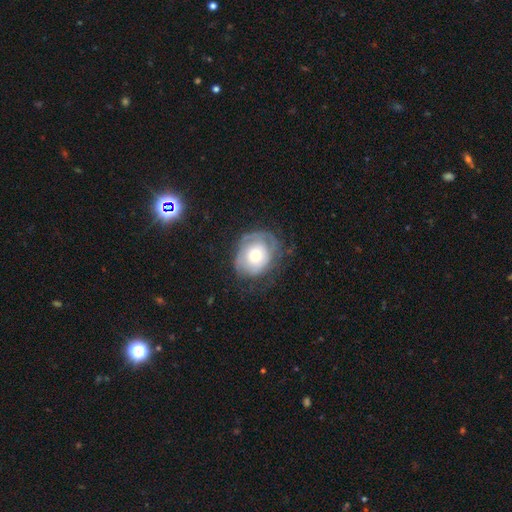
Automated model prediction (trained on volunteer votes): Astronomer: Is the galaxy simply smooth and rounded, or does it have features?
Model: featured or disk — 54% (runner-up: smooth, 39%).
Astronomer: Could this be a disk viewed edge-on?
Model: no — 96%.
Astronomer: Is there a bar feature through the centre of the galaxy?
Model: no — 86%.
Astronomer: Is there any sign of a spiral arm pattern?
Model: yes — 59% (runner-up: no, 41%).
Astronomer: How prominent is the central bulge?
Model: moderate — 57%.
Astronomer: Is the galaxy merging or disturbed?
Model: none — 54%.